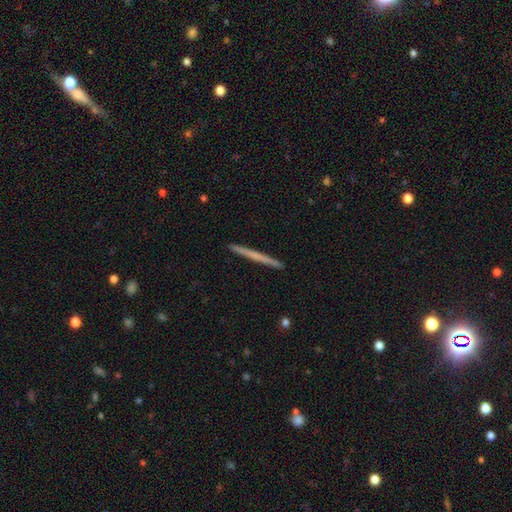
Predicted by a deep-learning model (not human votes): Smooth or featured?
  - featured or disk: 49% *
  - smooth: 45%
  - star or artifact: 6%
Merging?
  - none: 93% *
  - minor disturbance: 5%
  - major disturbance: 1%
  - merger: 1%